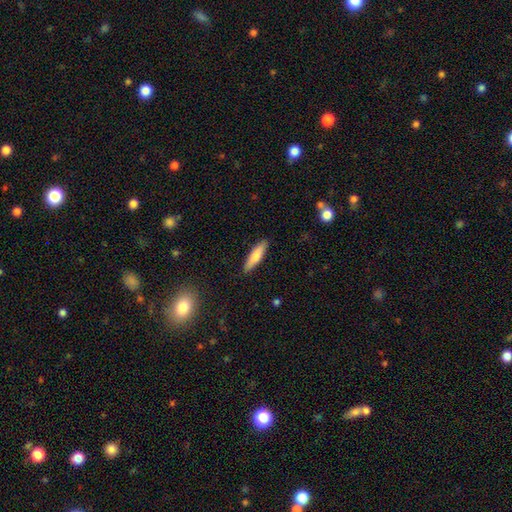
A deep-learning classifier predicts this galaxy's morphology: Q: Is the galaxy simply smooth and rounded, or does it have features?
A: smooth — 78%.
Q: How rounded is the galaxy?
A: cigar-shaped — 71%.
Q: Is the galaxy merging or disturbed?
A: none — 88%.